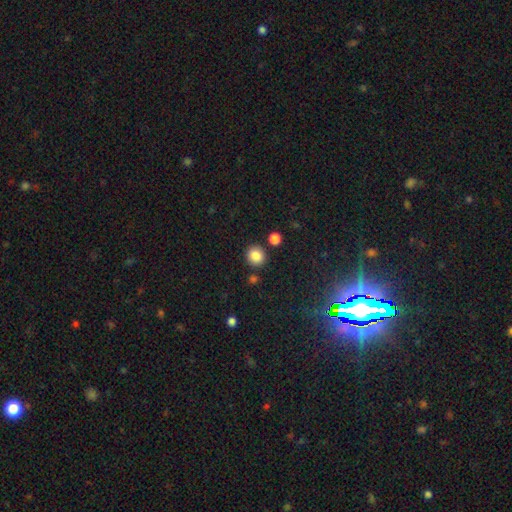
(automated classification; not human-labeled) A smooth galaxy with no disk features (85%) that is round (89%).

Vote fractions:
- Smooth or featured? smooth: 85% / star or artifact: 10% / featured or disk: 4%
- How rounded? round: 89% / in between: 11% / cigar-shaped: 1%
- Merging? none: 86% / minor disturbance: 7% / merger: 5% / major disturbance: 2%